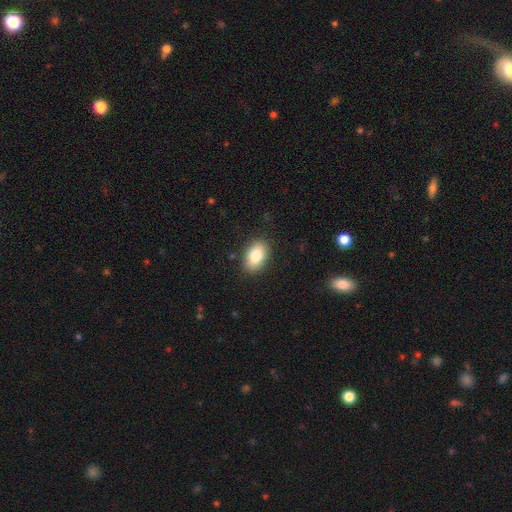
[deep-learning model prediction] smooth 83%, featured or disk 9%, star or artifact 7%. Down the decision tree: how rounded — in between (89%); merging — none (86%).